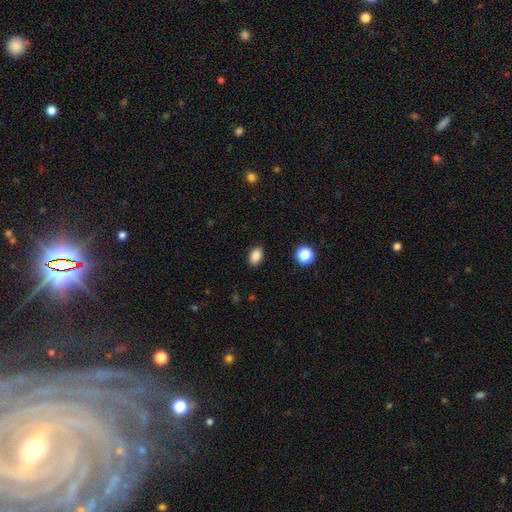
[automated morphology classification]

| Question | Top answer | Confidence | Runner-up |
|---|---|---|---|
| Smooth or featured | smooth | 87% | star or artifact (10%) |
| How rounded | in between | 83% | round (16%) |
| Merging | none | 88% | minor disturbance (9%) |